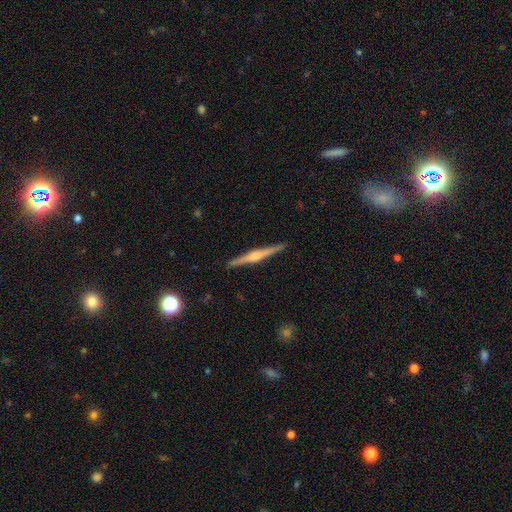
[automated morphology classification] This appears to be a featured or disk galaxy (78%) viewed edge-on (98%) with a rounded central bulge (79%). Merging: none (92%).